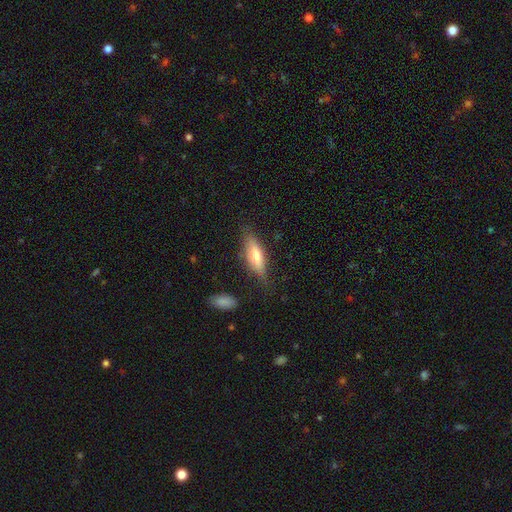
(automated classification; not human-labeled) Smooth or featured?
  - smooth: 58% *
  - featured or disk: 35%
  - star or artifact: 7%
How rounded?
  - cigar-shaped: 49% * (tied)
  - in between: 49% * (tied)
  - round: 2%
Merging?
  - none: 73% *
  - minor disturbance: 19%
  - major disturbance: 5%
  - merger: 3%